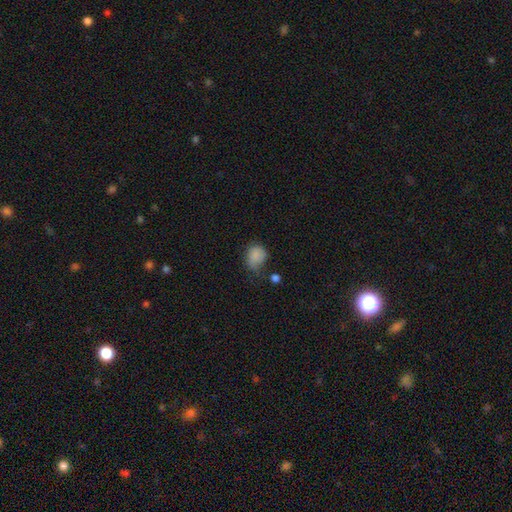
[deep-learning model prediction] Smooth or featured: smooth — 83% (star or artifact — 10%)
How rounded: round — 56% (in between — 43%)
Merging: none — 46% (minor disturbance — 35%)